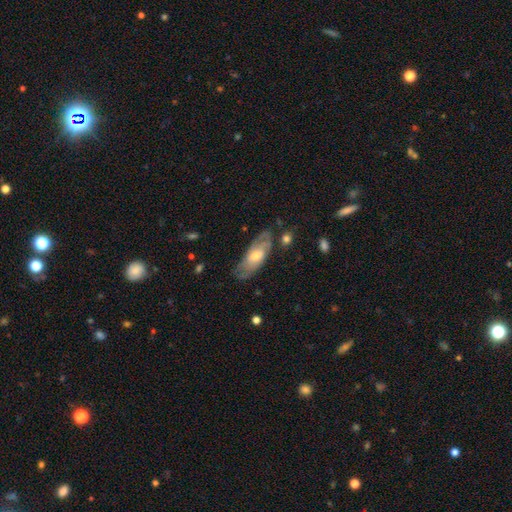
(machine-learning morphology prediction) smooth_or_featured: featured or disk (p=0.55) [alt: smooth p=0.38]
disk_edge_on: no (p=0.80) [alt: yes p=0.20]
merging: none (p=0.68) [alt: minor disturbance p=0.22]